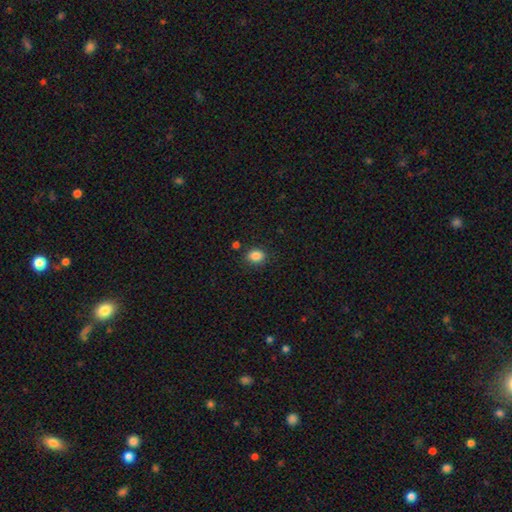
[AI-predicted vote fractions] A smooth galaxy with no disk features (86%) that is in between round and cigar-shaped (56%). Merging: none (82%).